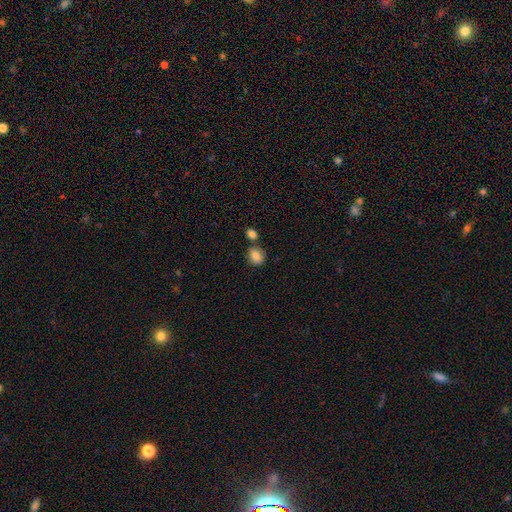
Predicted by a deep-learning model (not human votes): Smooth or featured?
  - smooth: 85% *
  - star or artifact: 9%
  - featured or disk: 6%
How rounded?
  - round: 57% *
  - in between: 42%
  - cigar-shaped: 1%
Merging?
  - none: 63% *
  - merger: 22%
  - minor disturbance: 12%
  - major disturbance: 3%